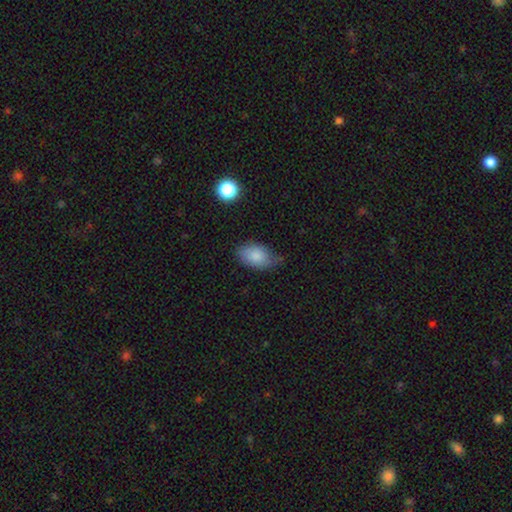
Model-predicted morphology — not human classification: type=smooth (83%); roundness=in between (90%); merging=none (60%).